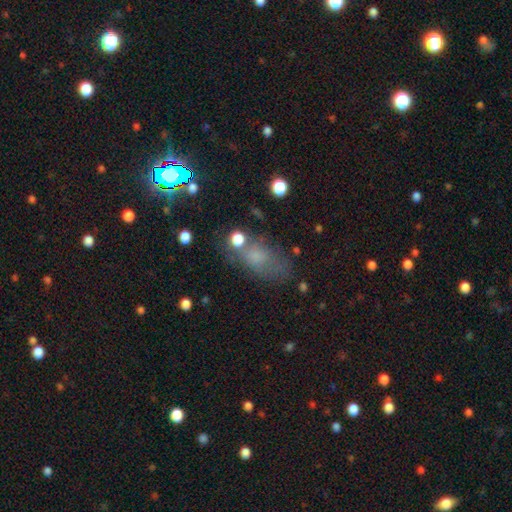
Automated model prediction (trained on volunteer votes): Smooth or featured: smooth — 62% (star or artifact — 22%)
How rounded: in between — 79% (round — 16%)
Merging: none — 54% (minor disturbance — 24%)